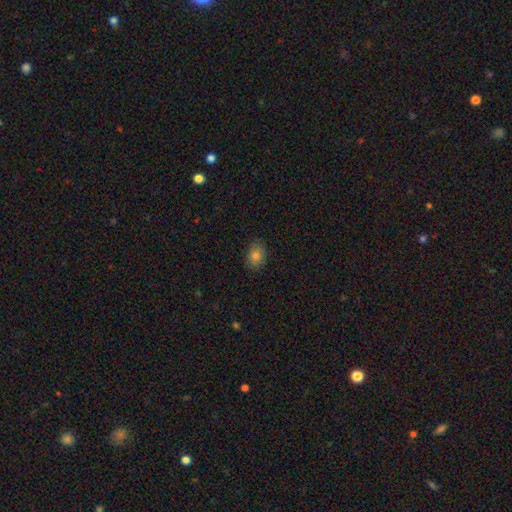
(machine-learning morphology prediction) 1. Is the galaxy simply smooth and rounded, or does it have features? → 81% smooth, 11% star or artifact, 9% featured or disk.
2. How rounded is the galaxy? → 69% in between, 30% round, 1% cigar-shaped.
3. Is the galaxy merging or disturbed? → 85% none, 12% minor disturbance, 2% major disturbance, 1% merger.